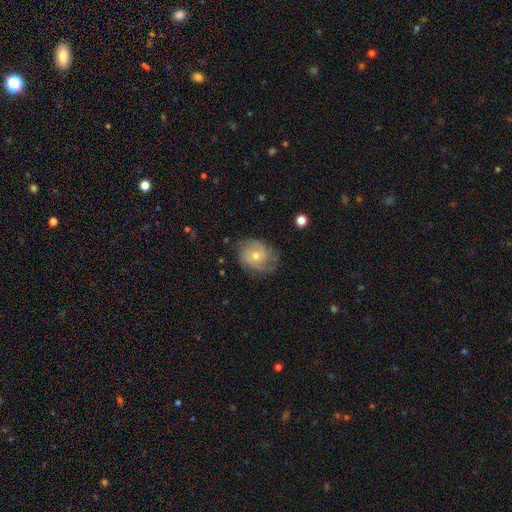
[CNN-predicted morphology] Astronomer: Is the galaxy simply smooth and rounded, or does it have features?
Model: featured or disk — 69%.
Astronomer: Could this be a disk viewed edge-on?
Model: no — 97%.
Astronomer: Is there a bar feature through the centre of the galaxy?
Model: no — 74%.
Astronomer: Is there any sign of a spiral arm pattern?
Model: yes — 91%.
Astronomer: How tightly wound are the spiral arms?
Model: tight — 54% (runner-up: medium, 35%).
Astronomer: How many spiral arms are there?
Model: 2 — 36% (runner-up: can't tell, 28%).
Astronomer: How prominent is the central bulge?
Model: moderate — 53% (runner-up: small, 43%).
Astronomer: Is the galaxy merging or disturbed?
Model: none — 74%.